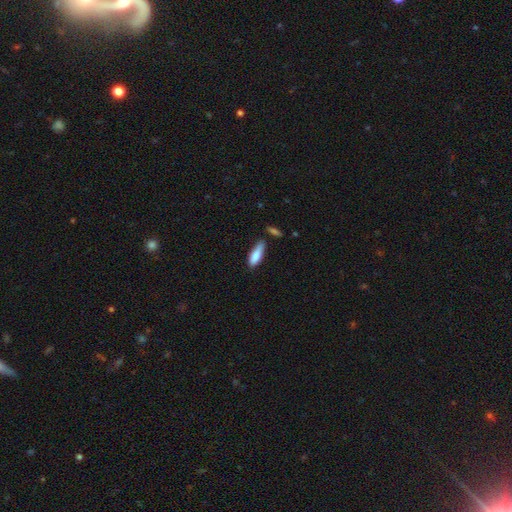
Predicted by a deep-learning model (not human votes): Smooth or featured: smooth — 83% (featured or disk — 11%)
How rounded: in between — 53% (cigar-shaped — 45%)
Merging: none — 57% (minor disturbance — 30%)